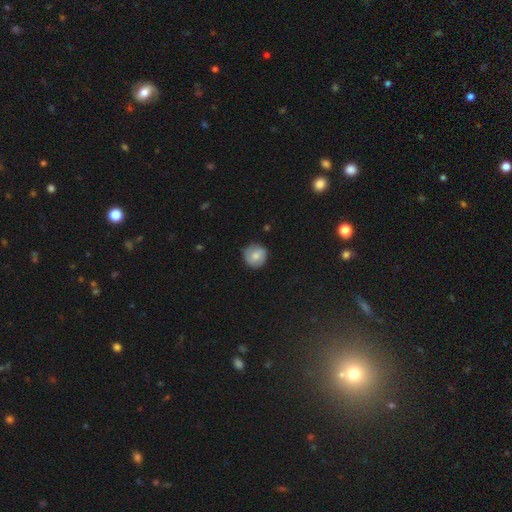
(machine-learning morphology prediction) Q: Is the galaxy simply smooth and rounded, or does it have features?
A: smooth — 72%.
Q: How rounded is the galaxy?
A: round — 92%.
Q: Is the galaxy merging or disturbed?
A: none — 82%.